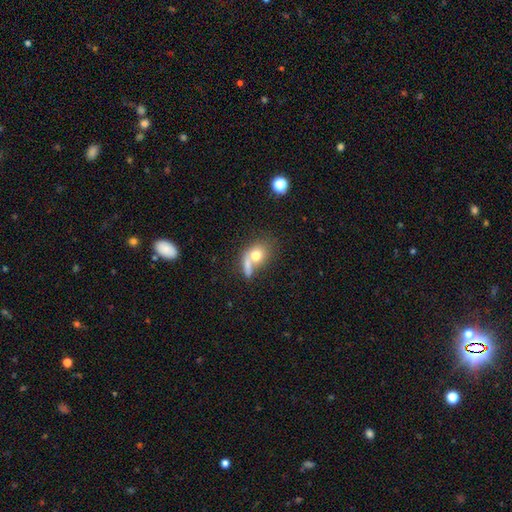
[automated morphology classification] The model was most divided on "how rounded": round: 50%, in between: 46%, cigar-shaped: 4%. Remaining: smooth or featured — smooth (72%); merging — merger (41%).